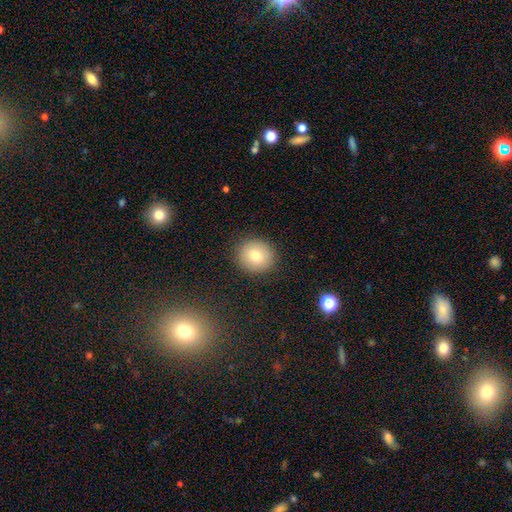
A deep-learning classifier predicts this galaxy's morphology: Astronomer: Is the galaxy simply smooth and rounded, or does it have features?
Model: smooth — 77%.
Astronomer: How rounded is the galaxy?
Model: round — 85%.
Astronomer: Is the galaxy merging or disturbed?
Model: none — 89%.